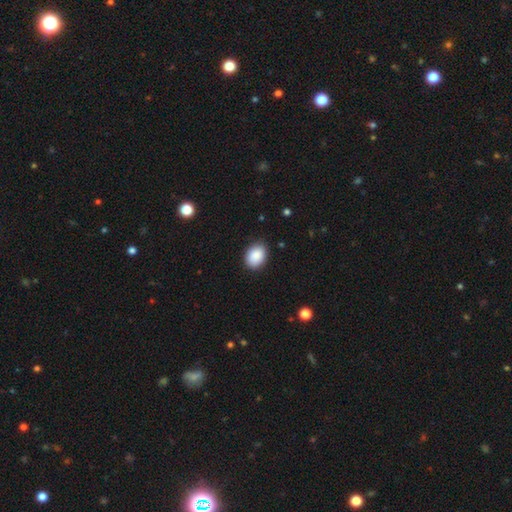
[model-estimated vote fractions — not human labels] Smooth or featured? smooth (90%)
How rounded? in between (75%)
Merging? none (85%)